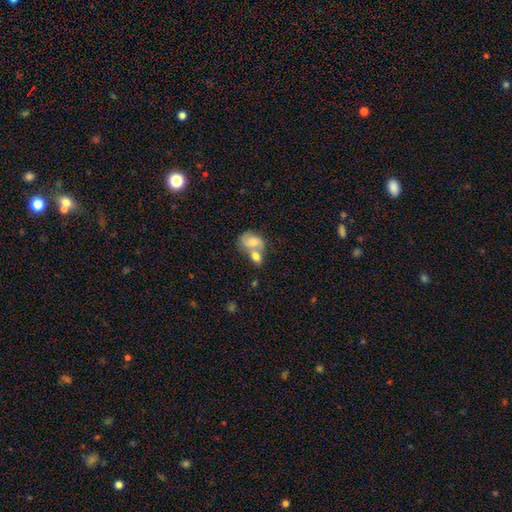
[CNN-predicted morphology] The model was most divided on "smooth or featured": smooth: 60%, featured or disk: 32%, star or artifact: 9%. More confident: how rounded — in between (72%); merging — merger (59%).